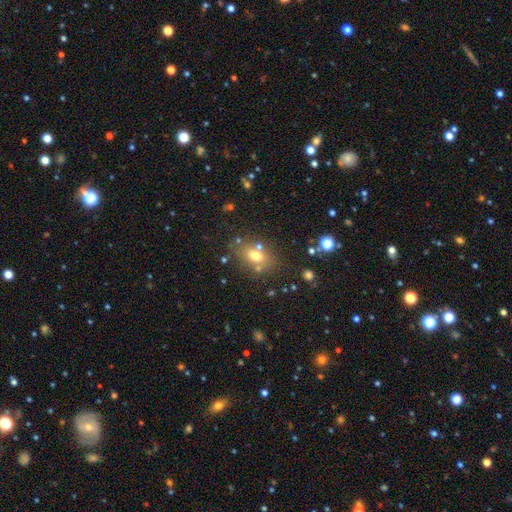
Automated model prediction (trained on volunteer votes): smooth-or-featured: smooth: 69% | featured or disk: 17% | star or artifact: 15%
  how-rounded: in between: 65% | round: 33% | cigar-shaped: 2%
  merging: none: 70% | minor disturbance: 13% | merger: 12% | major disturbance: 5%